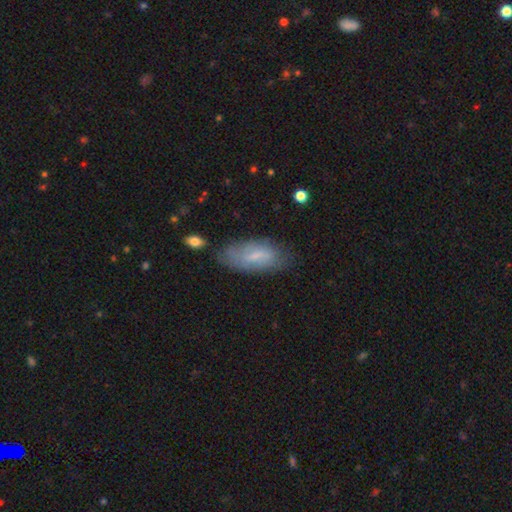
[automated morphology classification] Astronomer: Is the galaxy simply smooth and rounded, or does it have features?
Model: smooth — 63%.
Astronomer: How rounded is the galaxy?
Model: in between — 83%.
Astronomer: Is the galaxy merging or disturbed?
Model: none — 67%.